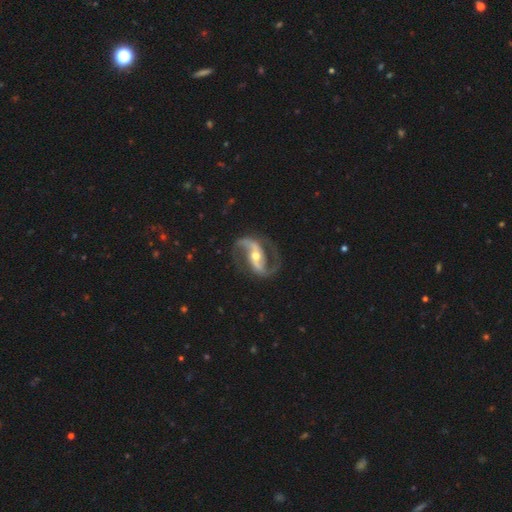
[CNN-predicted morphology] This is clearly a featured or disk galaxy (92%). It is clearly not viewed edge-on (97%). Bar: possibly strong (50%). Spiral arm pattern: clearly yes (98%). Spiral arm count: clearly 2 (94%). Spiral winding: possibly medium (47%). Central bulge: likely moderate (62%). Merging: clearly none (81%).